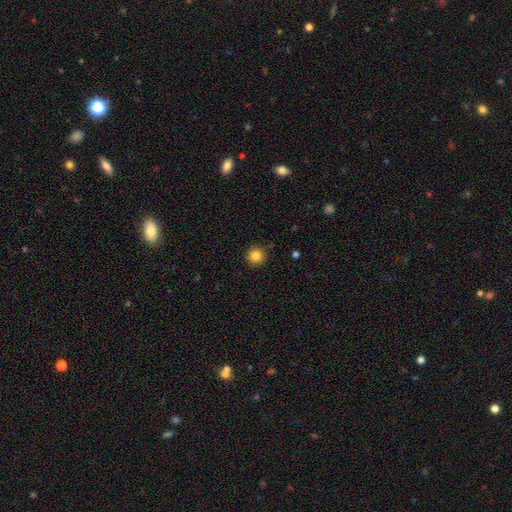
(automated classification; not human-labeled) This appears to be a smooth galaxy with no disk features (84%) that is round (95%). Merging: none (91%).